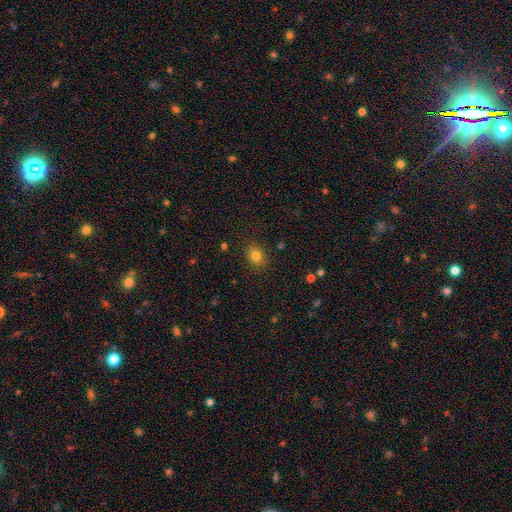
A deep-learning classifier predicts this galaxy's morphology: smooth 81%, star or artifact 11%, featured or disk 8%. Down the decision tree: how rounded — in between (58%); merging — none (87%).